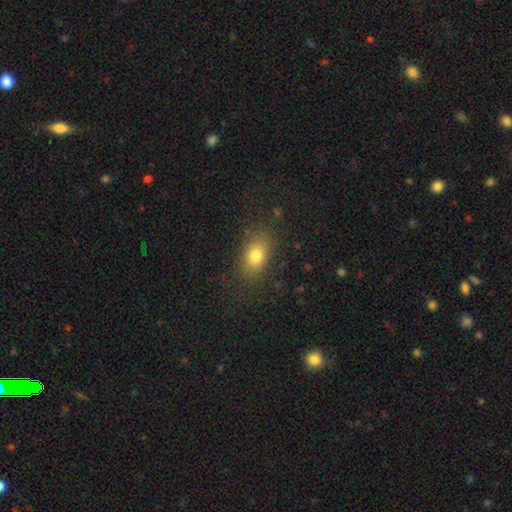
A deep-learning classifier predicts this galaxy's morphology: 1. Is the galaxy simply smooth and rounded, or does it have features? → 79% smooth, 11% star or artifact, 11% featured or disk.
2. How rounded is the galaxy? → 81% in between, 16% round, 3% cigar-shaped.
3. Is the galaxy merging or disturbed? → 81% none, 12% minor disturbance, 5% major disturbance, 1% merger.